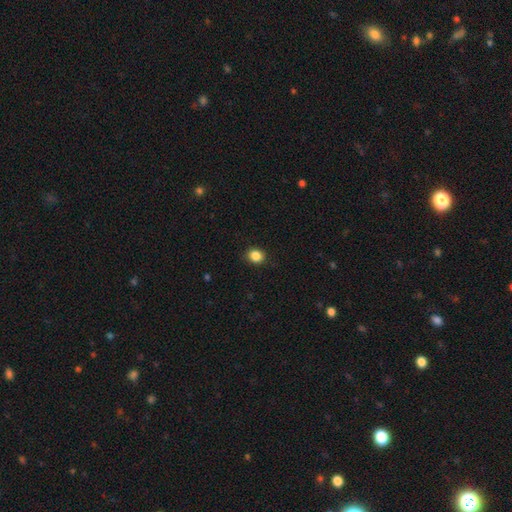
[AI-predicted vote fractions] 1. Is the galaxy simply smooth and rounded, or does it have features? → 86% smooth, 10% star or artifact, 4% featured or disk.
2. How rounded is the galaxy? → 71% round, 29% in between, 1% cigar-shaped.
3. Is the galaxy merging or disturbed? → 88% none, 8% minor disturbance, 2% major disturbance, 1% merger.